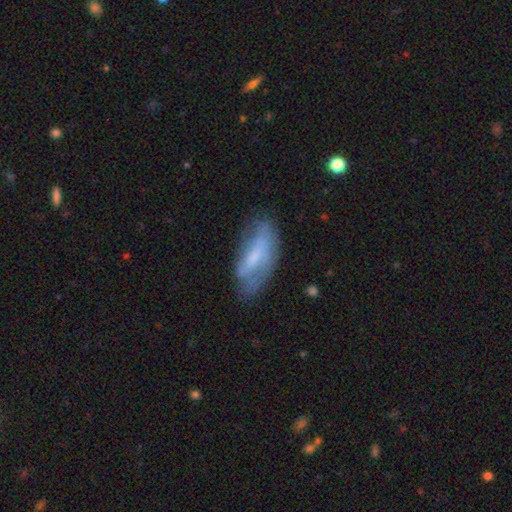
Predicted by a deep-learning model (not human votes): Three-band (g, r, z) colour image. It shows a smooth galaxy with no disk features (51%) that is in between round and cigar-shaped (77%). Merging: none (54%).